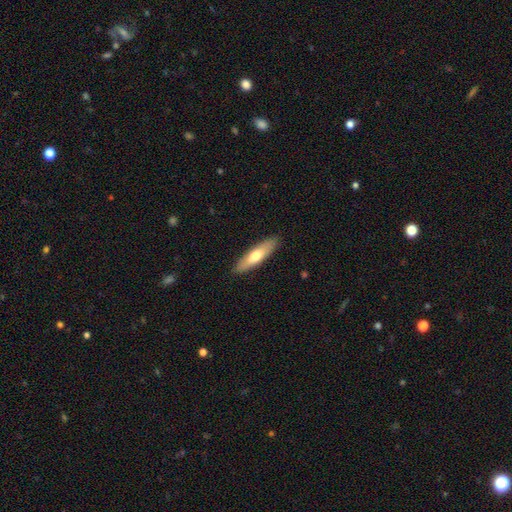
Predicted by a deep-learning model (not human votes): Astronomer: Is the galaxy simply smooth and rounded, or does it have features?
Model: smooth — 62%.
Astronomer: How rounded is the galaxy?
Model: cigar-shaped — 67%.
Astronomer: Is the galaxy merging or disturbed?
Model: none — 89%.